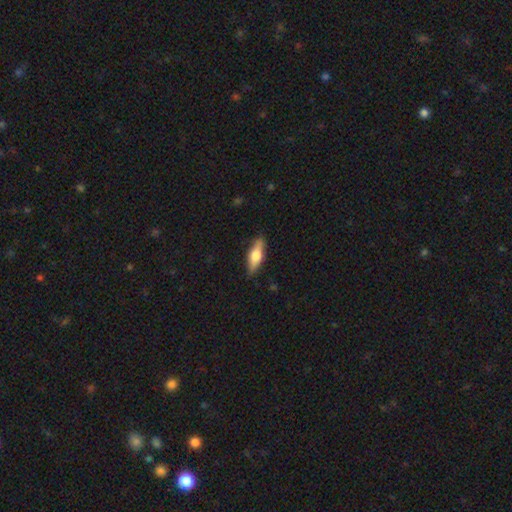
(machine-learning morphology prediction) Q: Smooth or featured?
A: smooth (58%); runner-up: featured or disk (36%)
Q: How rounded?
A: in between (58%); runner-up: cigar-shaped (39%)
Q: Merging?
A: none (84%); runner-up: minor disturbance (12%)